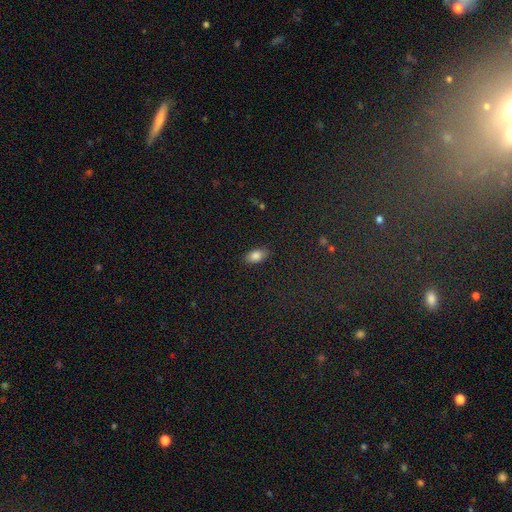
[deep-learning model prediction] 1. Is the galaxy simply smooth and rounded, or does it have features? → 83% smooth, 9% star or artifact, 8% featured or disk.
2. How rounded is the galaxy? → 91% in between, 5% round, 4% cigar-shaped.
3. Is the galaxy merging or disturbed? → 87% none, 10% minor disturbance, 2% major disturbance, 1% merger.